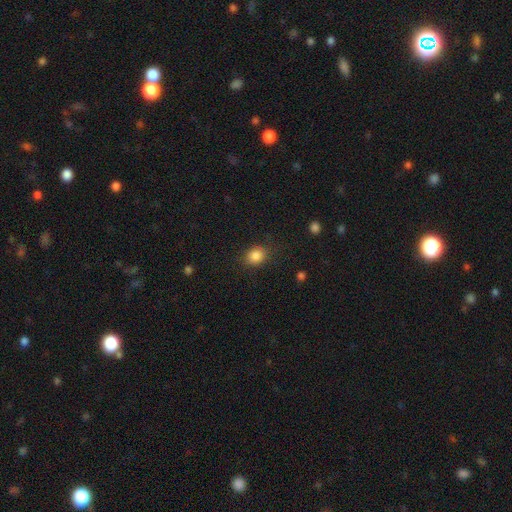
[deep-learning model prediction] A smooth galaxy with no disk features (86%) that is round (60%).

Vote fractions:
- Smooth or featured? smooth: 86% / star or artifact: 10% / featured or disk: 4%
- How rounded? round: 60% / in between: 39% / cigar-shaped: 1%
- Merging? none: 81% / minor disturbance: 13% / major disturbance: 5% / merger: 1%